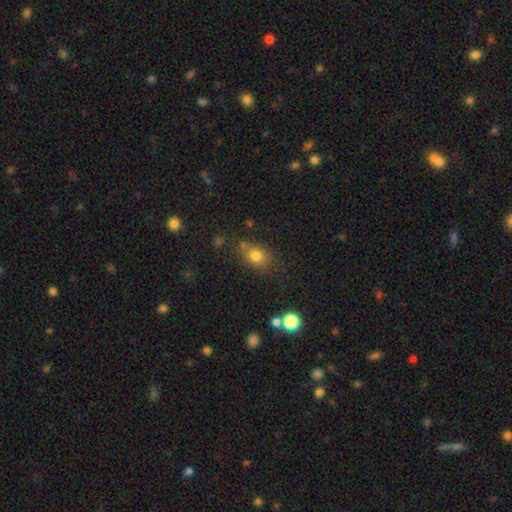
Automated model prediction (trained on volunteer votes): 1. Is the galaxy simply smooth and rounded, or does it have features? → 77% smooth, 13% star or artifact, 10% featured or disk.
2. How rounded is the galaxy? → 63% in between, 35% round, 2% cigar-shaped.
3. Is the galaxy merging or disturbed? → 69% none, 18% minor disturbance, 7% merger, 6% major disturbance.